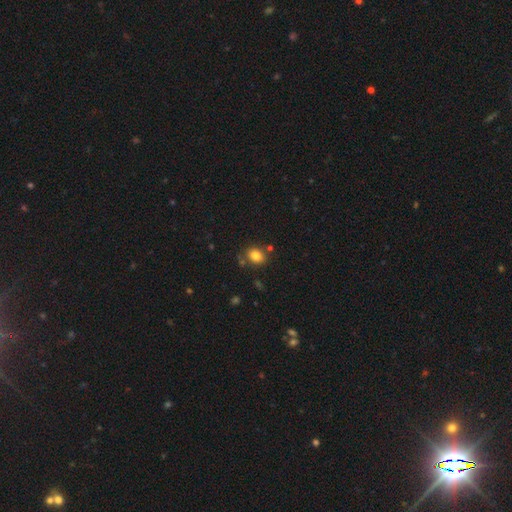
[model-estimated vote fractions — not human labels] Smooth or featured: smooth — 82% (star or artifact — 11%)
How rounded: in between — 50% (round — 49%)
Merging: none — 75% (minor disturbance — 13%)